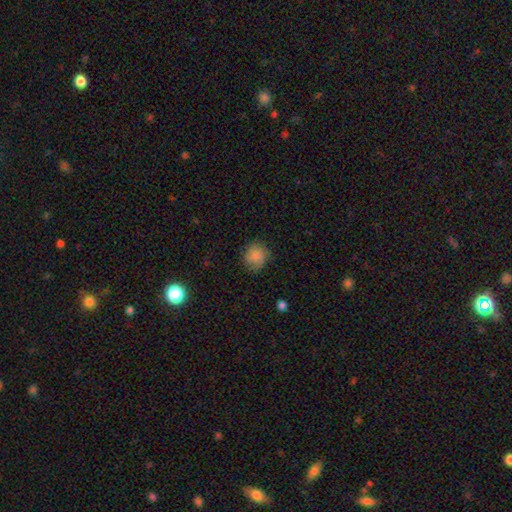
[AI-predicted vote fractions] Smooth or featured? smooth (83%)
How rounded? round (81%)
Merging? none (76%)